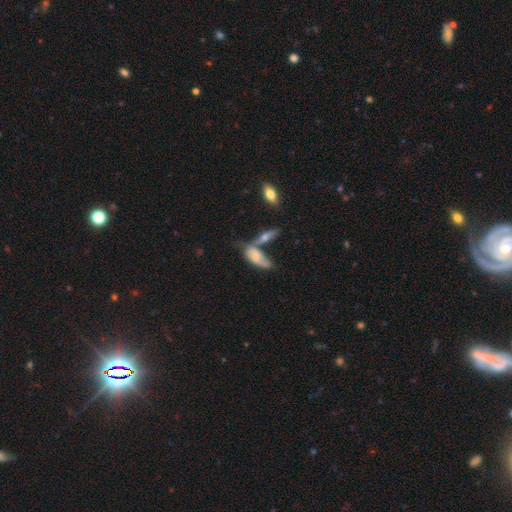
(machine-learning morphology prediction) type=smooth (61%); roundness=in between (84%); merging=merger (44%).